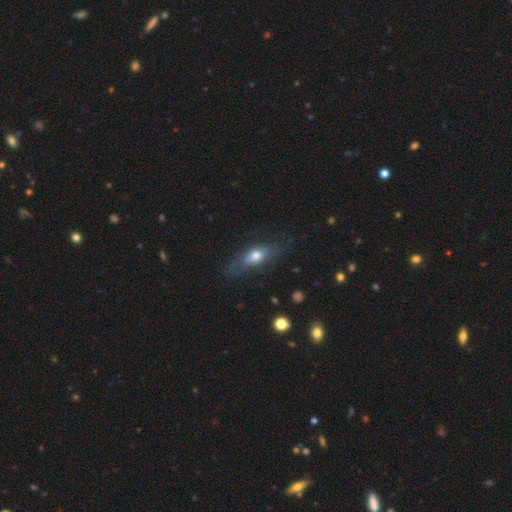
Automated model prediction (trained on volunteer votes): A smooth galaxy with no disk features (54%) that is in between round and cigar-shaped (63%).

Vote fractions:
- Smooth or featured? smooth: 54% / featured or disk: 38% / star or artifact: 8%
- How rounded? in between: 63% / cigar-shaped: 31% / round: 6%
- Merging? none: 68% / minor disturbance: 21% / major disturbance: 10% / merger: 2%